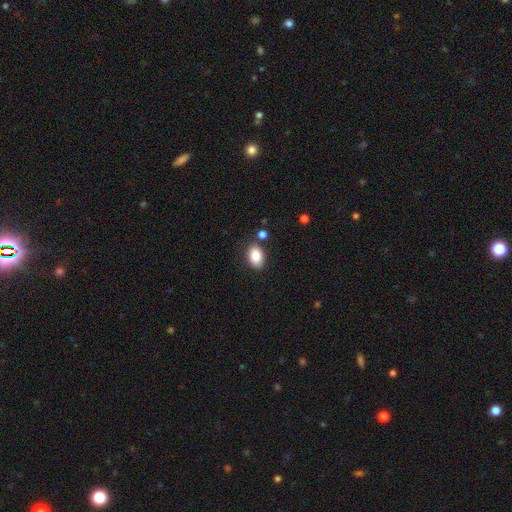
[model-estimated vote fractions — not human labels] This is clearly a smooth galaxy (87%). How rounded: clearly in between (87%). Merging: likely none (79%).